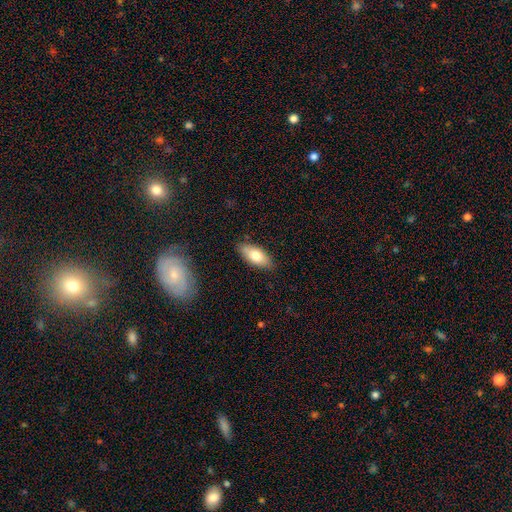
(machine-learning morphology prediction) The model was most divided on "smooth or featured": smooth: 74%, featured or disk: 19%, star or artifact: 6%. More confident: merging — none (85%); how rounded — in between (85%).